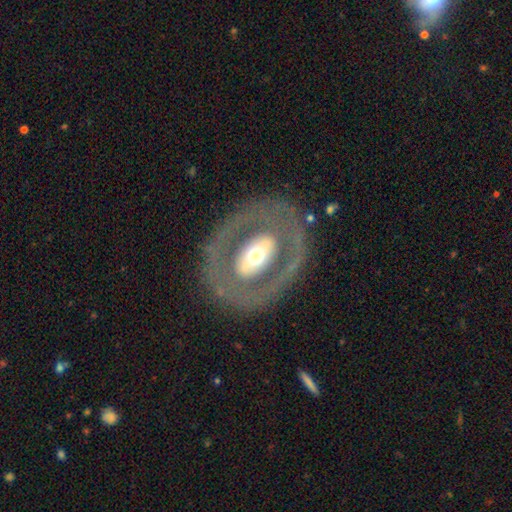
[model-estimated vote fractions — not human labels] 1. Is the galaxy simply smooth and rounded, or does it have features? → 64% featured or disk, 30% smooth, 6% star or artifact.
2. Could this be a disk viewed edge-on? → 91% no, 9% yes.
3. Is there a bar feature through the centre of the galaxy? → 60% no, 21% strong, 18% weak.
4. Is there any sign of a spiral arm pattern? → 81% no, 19% yes.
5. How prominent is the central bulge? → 59% moderate, 24% large, 12% small, 4% dominant, 1% none.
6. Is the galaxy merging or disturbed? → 78% none, 11% major disturbance, 10% minor disturbance, 2% merger.